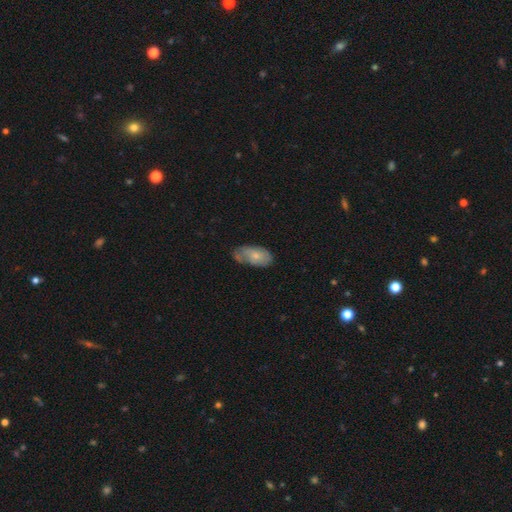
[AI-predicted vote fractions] smooth_or_featured: smooth (p=0.64) [alt: featured or disk p=0.30]
how_rounded: in between (p=0.92) [alt: cigar-shaped p=0.04]
merging: none (p=0.43) [alt: minor disturbance p=0.38]